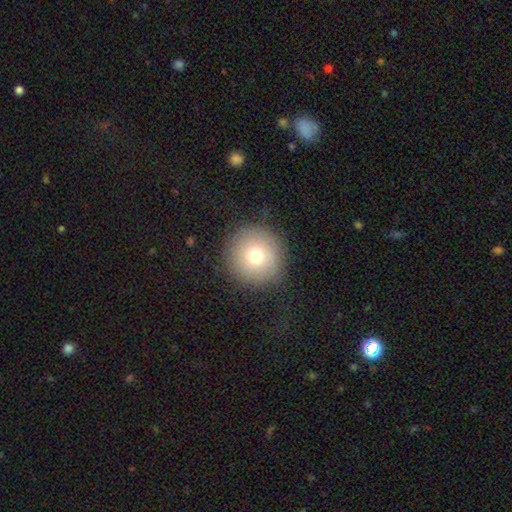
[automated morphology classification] Overall: smooth (73%). How rounded: round (95%). Merging: none (87%).